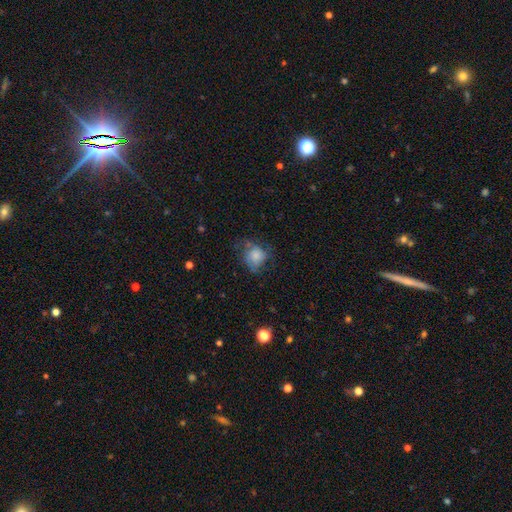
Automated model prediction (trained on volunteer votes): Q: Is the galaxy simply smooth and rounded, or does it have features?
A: smooth — 71%.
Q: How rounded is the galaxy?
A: round — 67%.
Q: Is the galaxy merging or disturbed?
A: none — 45%.